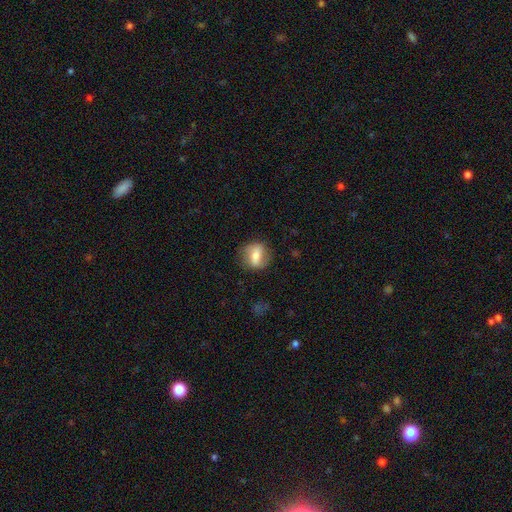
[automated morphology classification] A smooth galaxy with no disk features (53%) that is round (51%).

Vote fractions:
- Smooth or featured? smooth: 53% / featured or disk: 39% / star or artifact: 8%
- How rounded? round: 51% / in between: 44% / cigar-shaped: 5%
- Merging? none: 78% / minor disturbance: 15% / major disturbance: 6% / merger: 1%